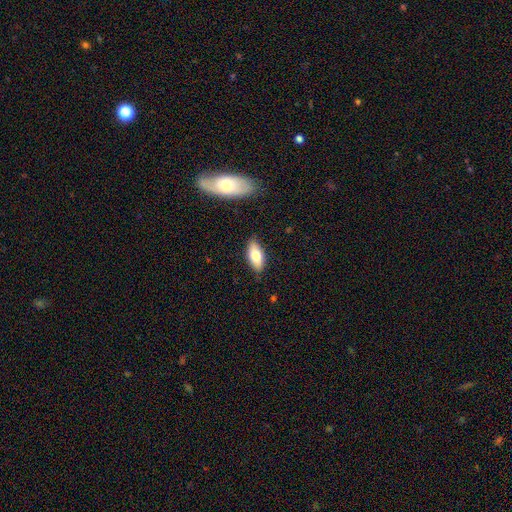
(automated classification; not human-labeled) A smooth galaxy with no disk features (75%) that is in between round and cigar-shaped (87%).

Vote fractions:
- Smooth or featured? smooth: 75% / featured or disk: 18% / star or artifact: 7%
- How rounded? in between: 87% / cigar-shaped: 10% / round: 3%
- Merging? none: 83% / minor disturbance: 13% / major disturbance: 2% / merger: 2%